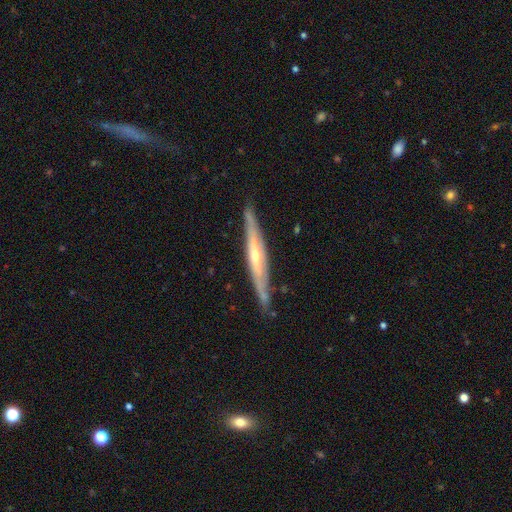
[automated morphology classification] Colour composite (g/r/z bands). It shows a featured or disk galaxy (75%) viewed edge-on (92%) with a rounded central bulge (72%). Merging: none (81%).